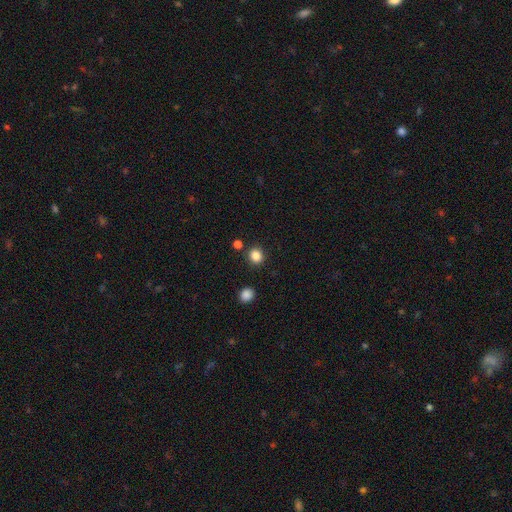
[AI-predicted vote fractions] This is clearly a smooth galaxy (85%). How rounded: clearly round (84%). Merging: clearly none (86%).